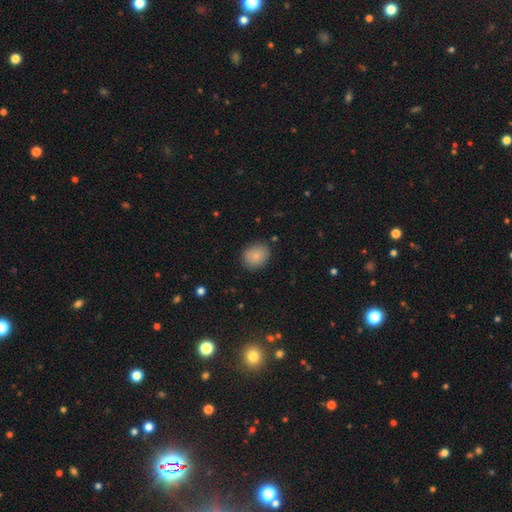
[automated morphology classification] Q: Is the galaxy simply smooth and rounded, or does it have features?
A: smooth — 86%.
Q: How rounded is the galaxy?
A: round — 57%.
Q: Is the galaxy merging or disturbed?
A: none — 84%.